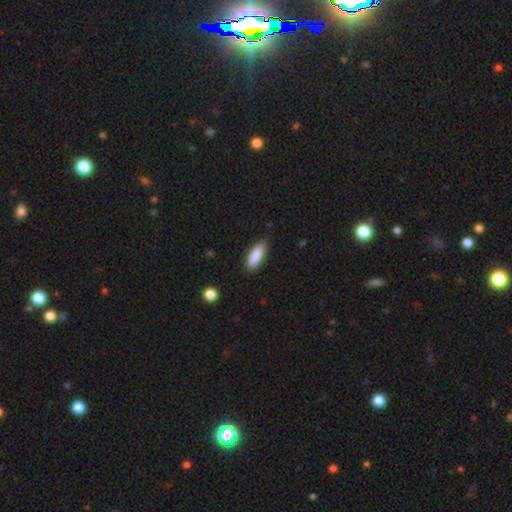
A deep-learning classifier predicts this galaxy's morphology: This appears to be a smooth galaxy with no disk features (87%) that is in between round and cigar-shaped (63%). Merging: none (84%).